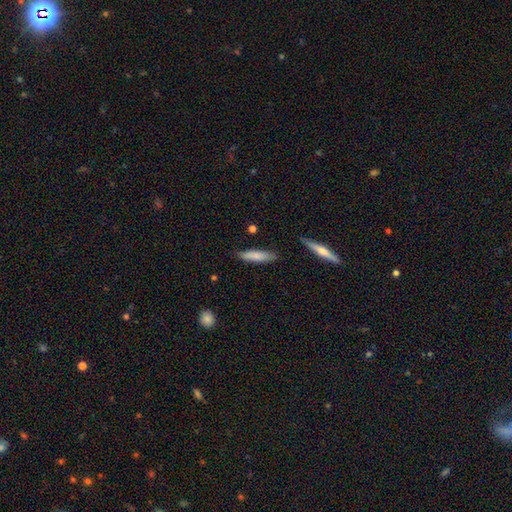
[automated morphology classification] type=smooth (77%); roundness=cigar-shaped (76%); merging=none (83%).